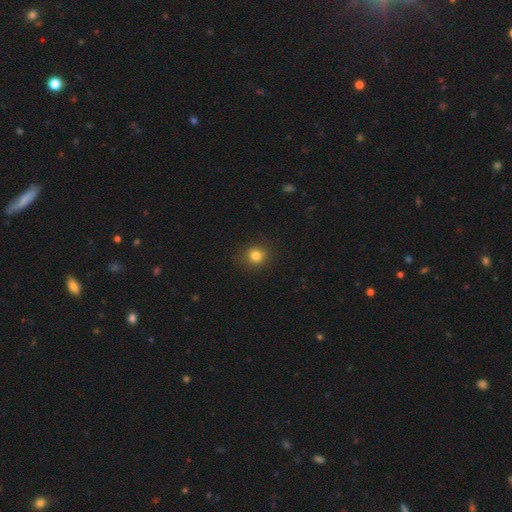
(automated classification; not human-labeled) Smooth or featured: smooth — 80% (star or artifact — 13%)
How rounded: round — 83% (in between — 16%)
Merging: none — 88% (minor disturbance — 9%)